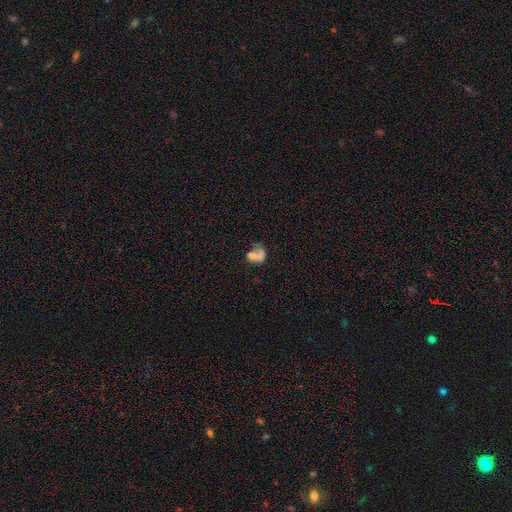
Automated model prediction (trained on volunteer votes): Smooth or featured? smooth (52%)
How rounded? in between (65%)
Merging? merger (38%)